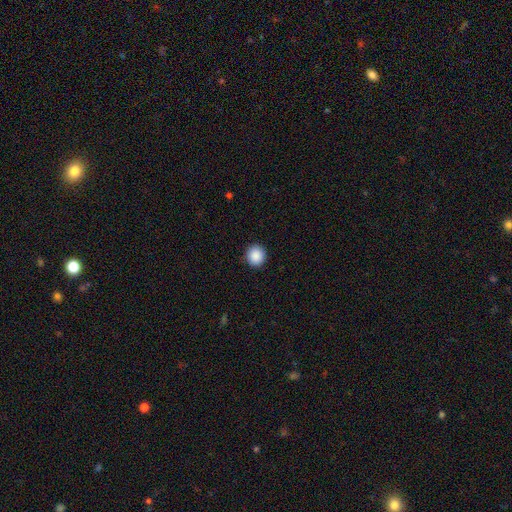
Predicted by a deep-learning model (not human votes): A smooth galaxy with no disk features (89%) that is round (92%).

Vote fractions:
- Smooth or featured? smooth: 89% / star or artifact: 8% / featured or disk: 2%
- How rounded? round: 92% / in between: 7% / cigar-shaped: 1%
- Merging? none: 92% / minor disturbance: 5% / major disturbance: 2% / merger: 1%